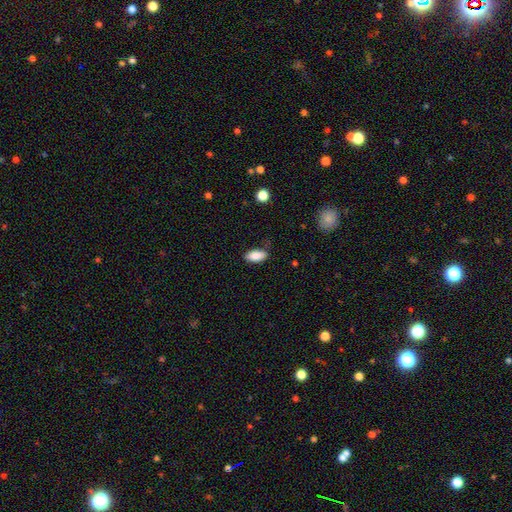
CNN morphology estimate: A smooth galaxy with no disk features (88%) that is in between round and cigar-shaped (92%). Merging: none (75%).